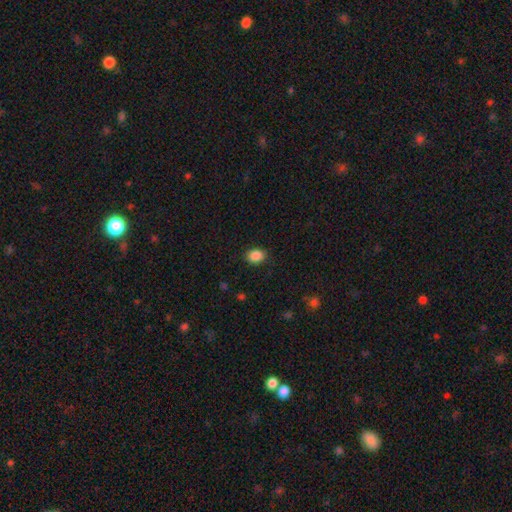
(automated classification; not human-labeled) A smooth galaxy with no disk features (87%) that is in between round and cigar-shaped (57%). Merging: none (87%).